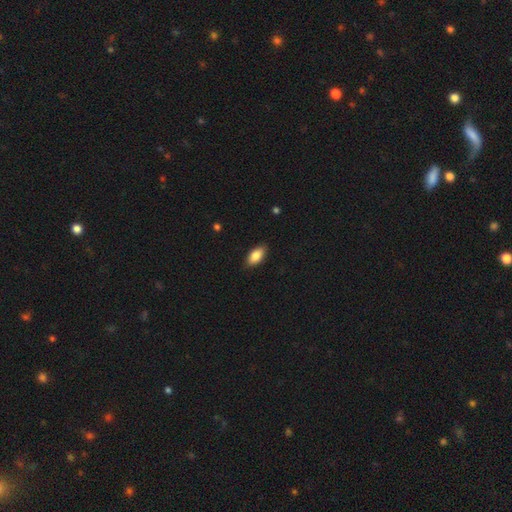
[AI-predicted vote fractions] A smooth galaxy with no disk features (85%) that is in between round and cigar-shaped (92%).

Vote fractions:
- Smooth or featured? smooth: 85% / featured or disk: 8% / star or artifact: 7%
- How rounded? in between: 92% / cigar-shaped: 5% / round: 3%
- Merging? none: 87% / minor disturbance: 10% / major disturbance: 2% / merger: 1%